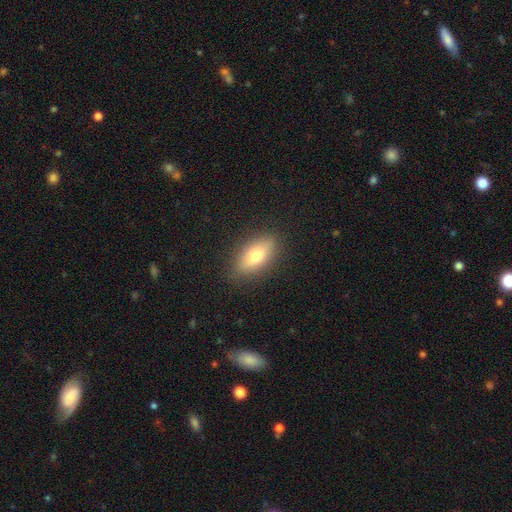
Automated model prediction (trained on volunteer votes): Smooth or featured? smooth (70%)
How rounded? in between (81%)
Merging? none (86%)